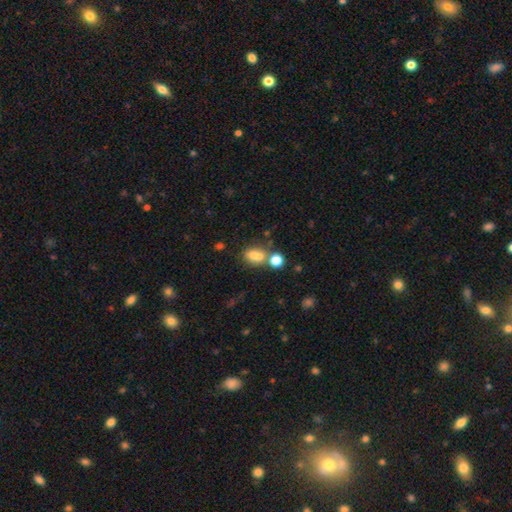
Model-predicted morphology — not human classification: A smooth galaxy with no disk features (73%) that is in between round and cigar-shaped (68%).

Vote fractions:
- Smooth or featured? smooth: 73% / star or artifact: 14% / featured or disk: 13%
- How rounded? in between: 68% / round: 29% / cigar-shaped: 3%
- Merging? none: 44% / merger: 37% / minor disturbance: 13% / major disturbance: 6%